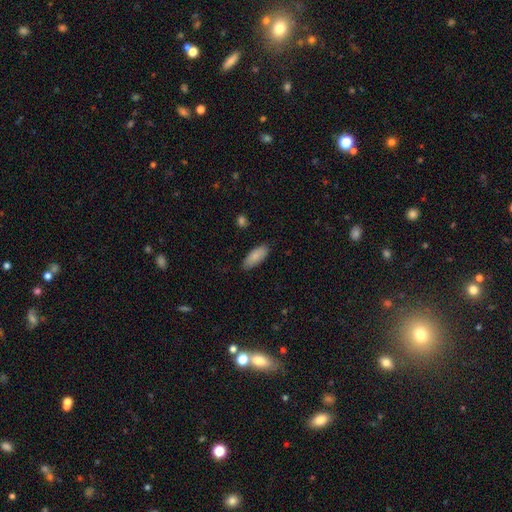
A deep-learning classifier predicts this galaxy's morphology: smooth_or_featured: smooth (p=0.86) [alt: featured or disk p=0.08]
how_rounded: in between (p=0.78) [alt: cigar-shaped p=0.20]
merging: none (p=0.85) [alt: minor disturbance p=0.12]